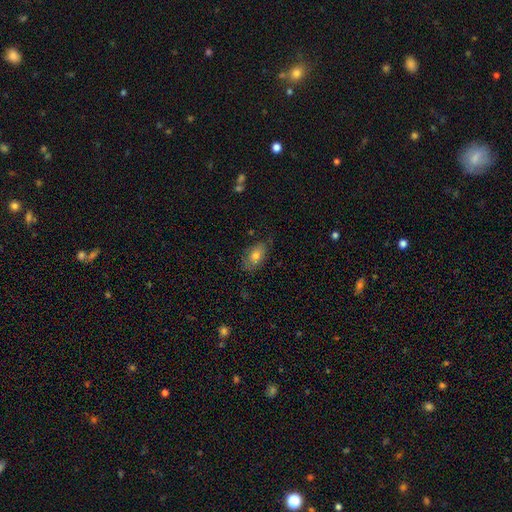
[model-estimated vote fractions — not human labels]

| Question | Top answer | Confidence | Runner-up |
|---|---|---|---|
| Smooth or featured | smooth | 70% | featured or disk (22%) |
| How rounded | in between | 89% | round (7%) |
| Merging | none | 72% | minor disturbance (21%) |